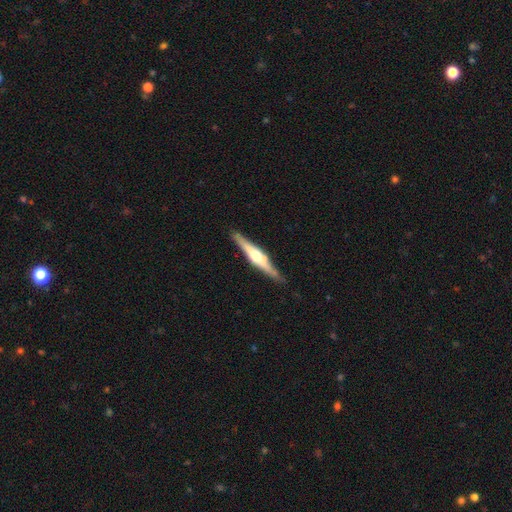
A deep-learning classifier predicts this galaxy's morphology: smooth_or_featured: featured or disk (p=0.71) [alt: smooth p=0.24]
disk_edge_on: yes (p=0.97) [alt: no p=0.03]
edge_on_bulge: rounded (p=0.85) [alt: boxy p=0.11]
merging: none (p=0.84) [alt: minor disturbance p=0.11]